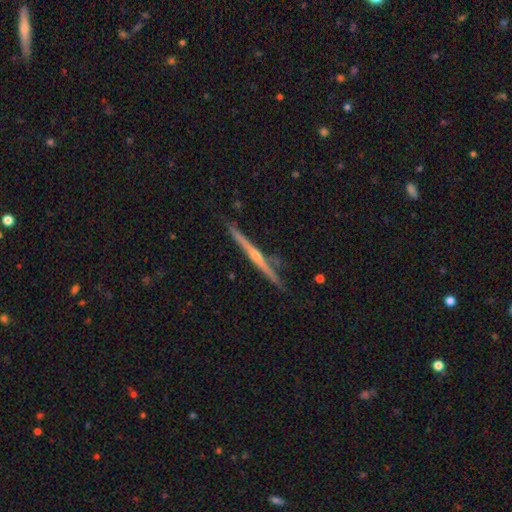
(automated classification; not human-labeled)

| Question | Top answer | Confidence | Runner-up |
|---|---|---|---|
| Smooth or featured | featured or disk | 78% | smooth (16%) |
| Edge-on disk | yes | 98% | no (2%) |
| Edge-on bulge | rounded | 73% | none (22%) |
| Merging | none | 84% | minor disturbance (11%) |